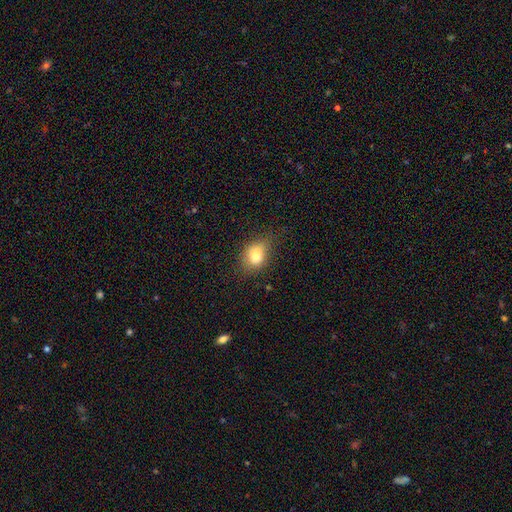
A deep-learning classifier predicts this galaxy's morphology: smooth 76%, featured or disk 13%, star or artifact 11%. Down the decision tree: how rounded — in between (66%); merging — none (58%).